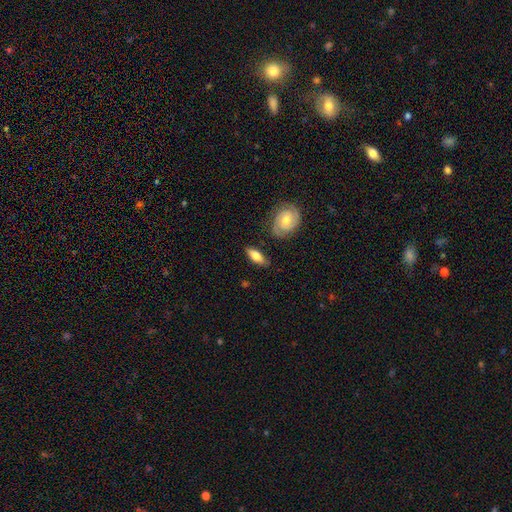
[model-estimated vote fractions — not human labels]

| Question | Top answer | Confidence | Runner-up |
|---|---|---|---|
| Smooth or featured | smooth | 68% | featured or disk (26%) |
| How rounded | in between | 72% | cigar-shaped (25%) |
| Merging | none | 77% | minor disturbance (16%) |